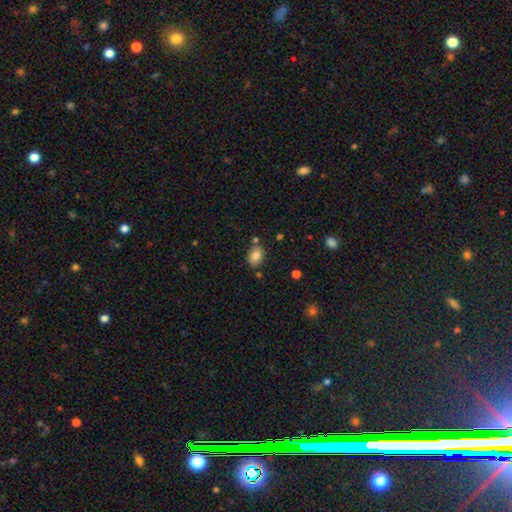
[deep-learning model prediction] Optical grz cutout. It shows a smooth galaxy with no disk features (82%) that is in between round and cigar-shaped (70%). Merging: none (78%).